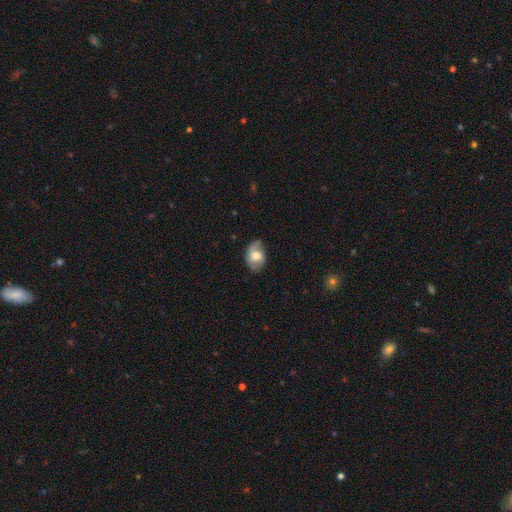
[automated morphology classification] smooth-or-featured: smooth: 53% | featured or disk: 39% | star or artifact: 7%
  how-rounded: in between: 78% | round: 21% | cigar-shaped: 1%
  merging: none: 56% | minor disturbance: 32% | major disturbance: 10% | merger: 2%